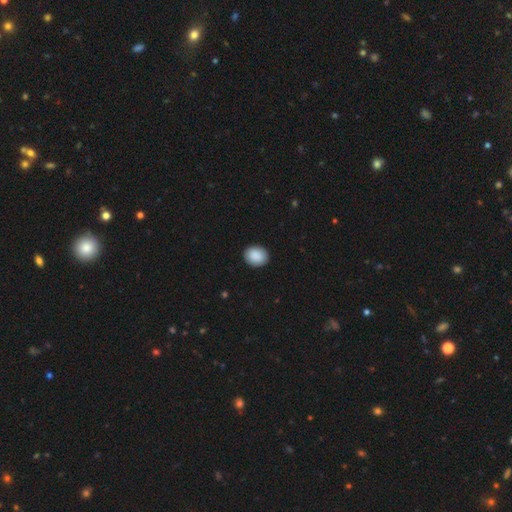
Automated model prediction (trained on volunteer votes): Smooth or featured?
  - smooth: 90% *
  - star or artifact: 7%
  - featured or disk: 3%
How rounded?
  - round: 58% *
  - in between: 41%
  - cigar-shaped: 1%
Merging?
  - none: 90% *
  - minor disturbance: 7%
  - major disturbance: 2%
  - merger: 1%